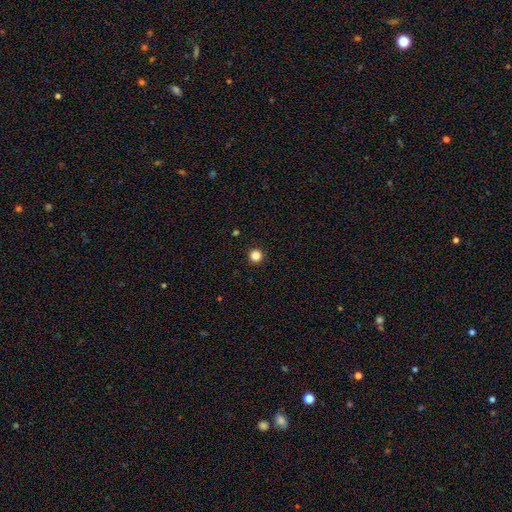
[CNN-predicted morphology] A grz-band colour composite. It shows a smooth galaxy with no disk features (85%) that is round (96%). Merging: none (94%).